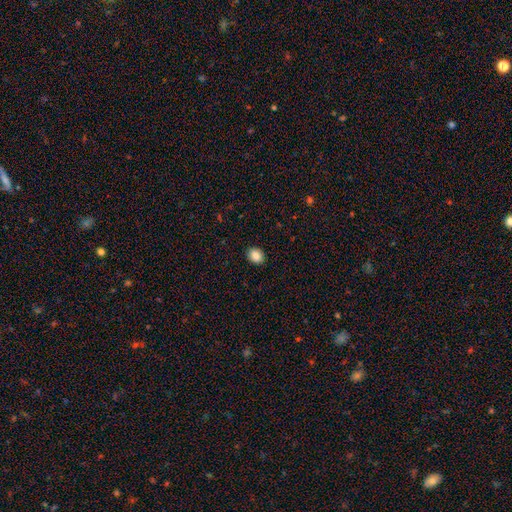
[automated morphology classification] Smooth or featured? smooth (87%)
How rounded? round (52%)
Merging? none (91%)